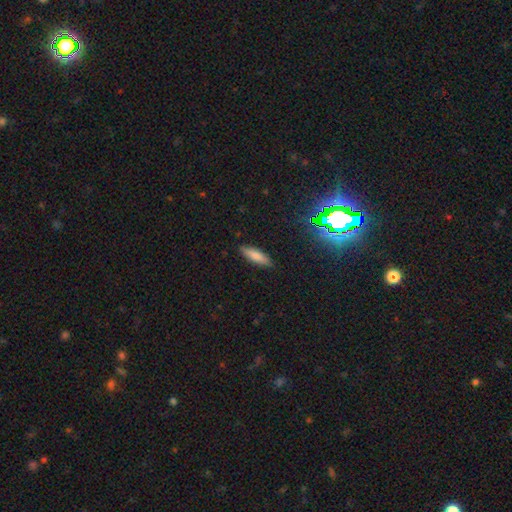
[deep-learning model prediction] smooth 80%, featured or disk 11%, star or artifact 8%. Down the decision tree: how rounded — cigar-shaped (56%); merging — none (88%).